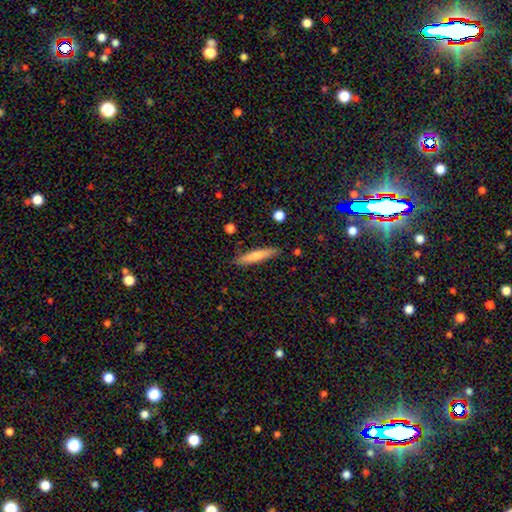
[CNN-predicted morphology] Smooth or featured? Predicted: smooth (p=0.64). How rounded? Predicted: cigar-shaped (p=0.90). Merging? Predicted: none (p=0.87).